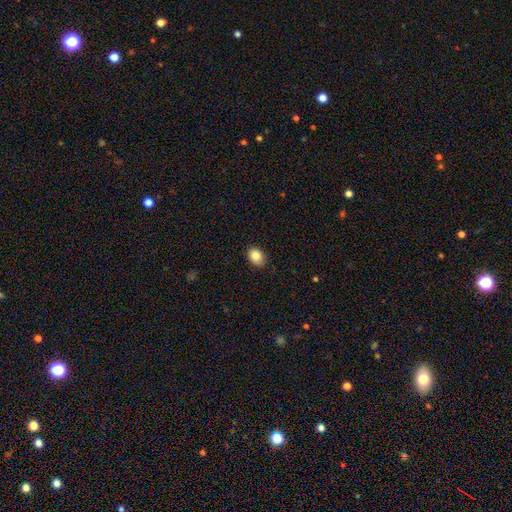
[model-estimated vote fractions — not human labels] smooth_or_featured: smooth (p=0.84) [alt: star or artifact p=0.09]
how_rounded: in between (p=0.70) [alt: round p=0.29]
merging: none (p=0.85) [alt: minor disturbance p=0.12]